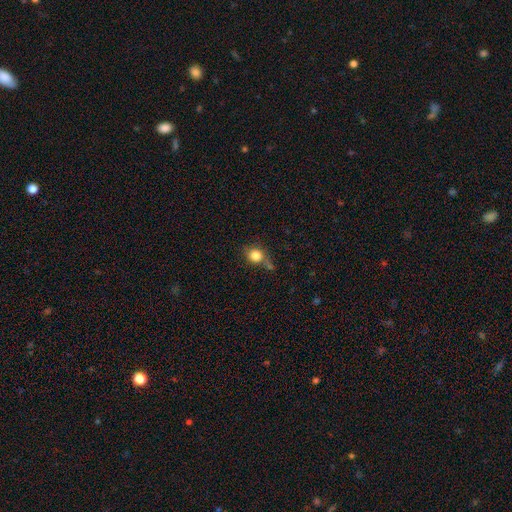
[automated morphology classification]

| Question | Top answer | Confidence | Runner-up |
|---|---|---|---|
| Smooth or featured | smooth | 82% | star or artifact (11%) |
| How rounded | round | 78% | in between (21%) |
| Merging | none | 57% | minor disturbance (21%) |